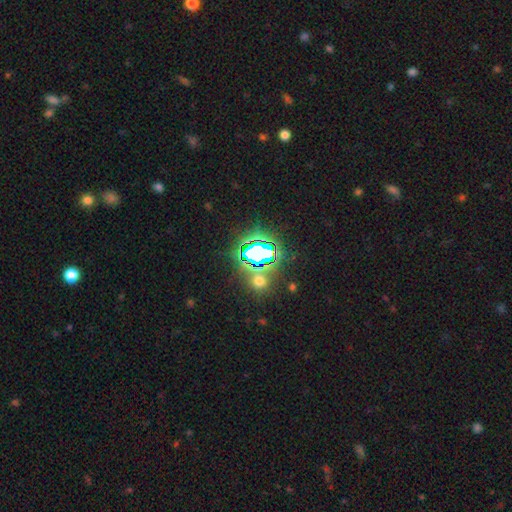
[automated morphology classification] This appears to be a star or artifact, not a galaxy (79%).